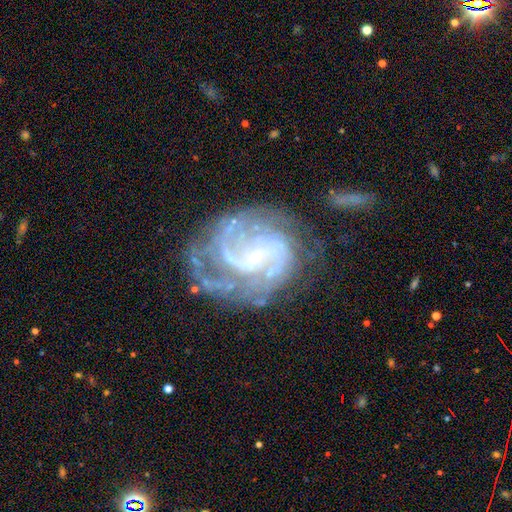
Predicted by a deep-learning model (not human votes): Smooth or featured?
  - featured or disk: 88% *
  - star or artifact: 7%
  - smooth: 6%
Edge-on disk?
  - no: 98% *
  - yes: 2%
Bar?
  - no: 43% * (tied)
  - weak: 43% * (tied)
  - strong: 15%
Spiral arms?
  - yes: 96% *
  - no: 4%
Spiral winding?
  - tight: 47% *
  - medium: 41%
  - loose: 12%
Spiral arm count?
  - 2: 37% *
  - can't tell: 21%
  - 3: 20%
  - 4: 9%
  - 1: 7%
  - more than 4: 6%
Bulge size?
  - small: 81% *
  - moderate: 10%
  - none: 7%
  - large: 1%
  - dominant: 1%
Merging?
  - none: 58% *
  - minor disturbance: 21%
  - major disturbance: 16%
  - merger: 5%